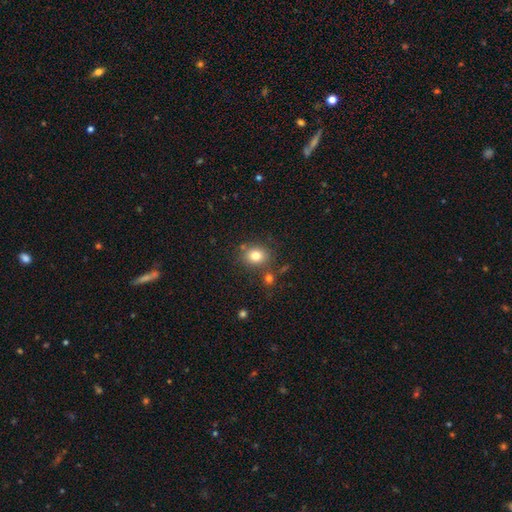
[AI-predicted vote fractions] A smooth galaxy with no disk features (79%) that is round (62%). Merging: none (74%).